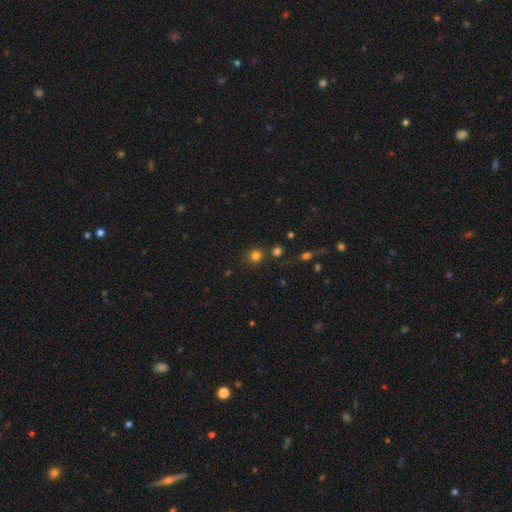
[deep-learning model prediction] A smooth galaxy with no disk features (78%) that is round (86%). Merging: none (78%).